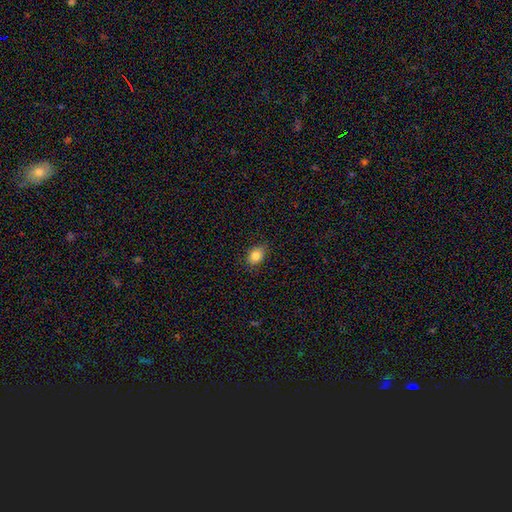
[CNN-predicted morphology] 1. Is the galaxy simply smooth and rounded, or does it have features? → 84% smooth, 10% star or artifact, 6% featured or disk.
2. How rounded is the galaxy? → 68% in between, 31% round, 1% cigar-shaped.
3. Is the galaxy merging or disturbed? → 85% none, 11% minor disturbance, 2% major disturbance, 1% merger.